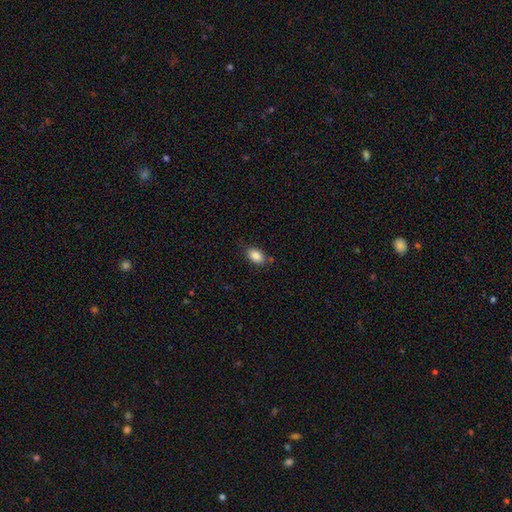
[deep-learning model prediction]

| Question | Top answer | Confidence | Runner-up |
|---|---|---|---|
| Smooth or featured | smooth | 87% | star or artifact (8%) |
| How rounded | in between | 86% | round (13%) |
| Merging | none | 76% | minor disturbance (17%) |